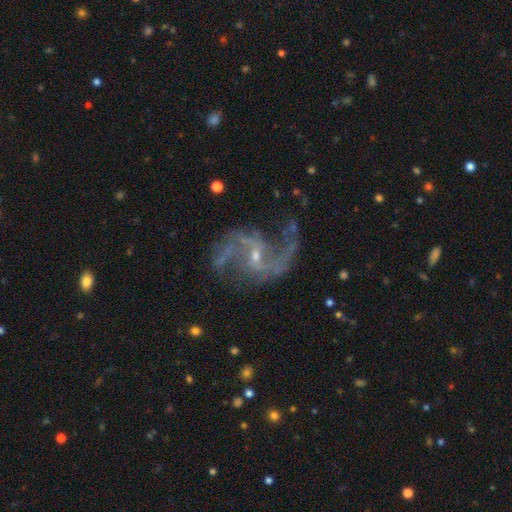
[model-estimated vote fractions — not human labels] Smooth or featured? Predicted: featured or disk (p=0.90). Edge-on disk? Predicted: no (p=0.98). Bar? Predicted: weak (p=0.48). Spiral arms? Predicted: yes (p=0.96). Spiral winding? Predicted: loose (p=0.70). Spiral arm count? Predicted: 2 (p=0.86). Bulge size? Predicted: small (p=0.69). Merging? Predicted: none (p=0.63).